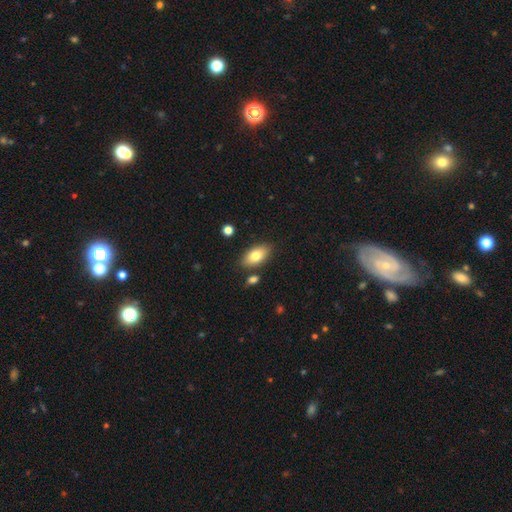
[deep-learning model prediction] Smooth or featured?
  - smooth: 79% *
  - featured or disk: 14%
  - star or artifact: 7%
How rounded?
  - in between: 92% *
  - round: 4%
  - cigar-shaped: 4%
Merging?
  - none: 83% *
  - minor disturbance: 10%
  - merger: 5%
  - major disturbance: 2%